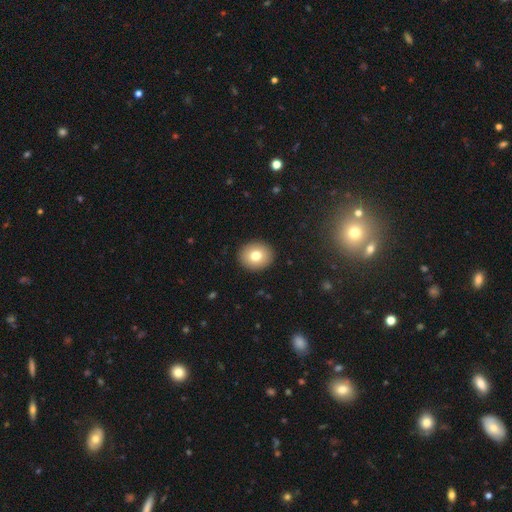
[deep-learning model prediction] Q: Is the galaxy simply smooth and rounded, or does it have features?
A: smooth — 76%.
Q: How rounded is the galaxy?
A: round — 74%.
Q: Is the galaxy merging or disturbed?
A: none — 91%.